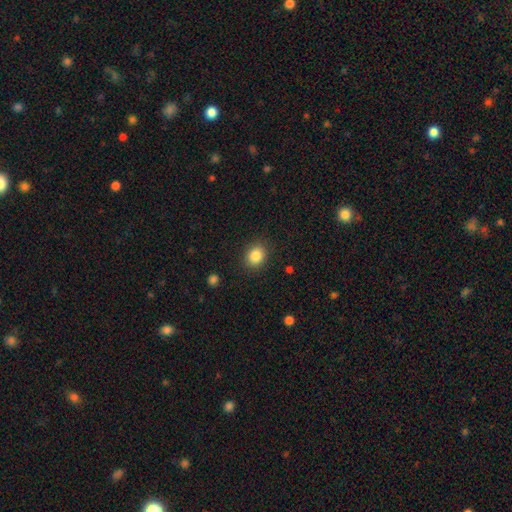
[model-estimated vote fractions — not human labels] smooth 86%, star or artifact 9%, featured or disk 5%. Down the decision tree: how rounded — round (58%); merging — none (87%).